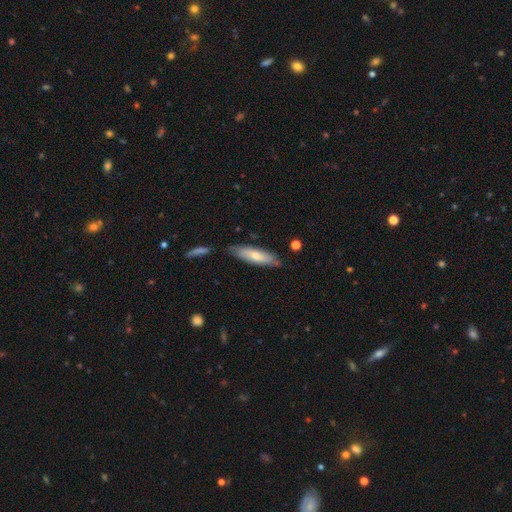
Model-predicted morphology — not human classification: type=smooth (65%); roundness=cigar-shaped (62%); merging=none (75%).